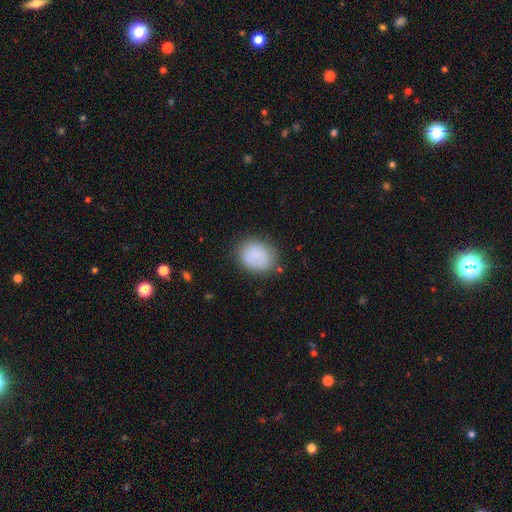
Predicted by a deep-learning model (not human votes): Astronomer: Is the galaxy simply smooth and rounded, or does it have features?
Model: smooth — 81%.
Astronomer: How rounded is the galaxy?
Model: round — 60% (runner-up: in between, 40%).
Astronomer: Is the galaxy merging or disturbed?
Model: none — 75%.